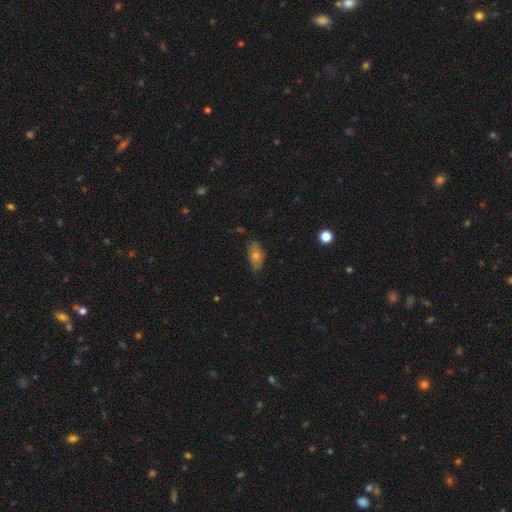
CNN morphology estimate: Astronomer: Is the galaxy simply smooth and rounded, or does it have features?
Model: smooth — 60%.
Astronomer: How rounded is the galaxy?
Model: in between — 84%.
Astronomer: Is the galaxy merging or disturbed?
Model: none — 72%.